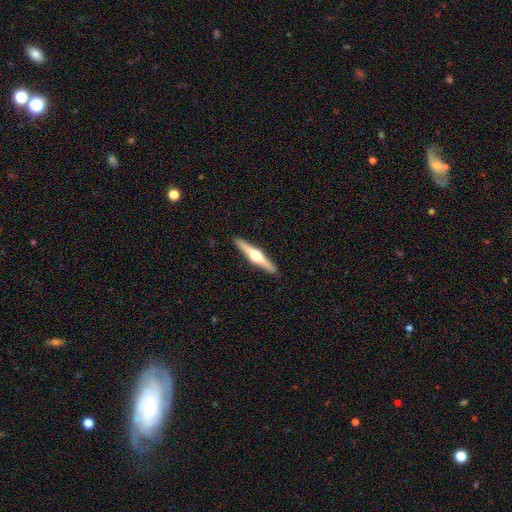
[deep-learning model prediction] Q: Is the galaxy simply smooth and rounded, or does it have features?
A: featured or disk — 72%.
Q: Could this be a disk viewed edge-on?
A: yes — 98%.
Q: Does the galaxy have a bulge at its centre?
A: rounded — 96%.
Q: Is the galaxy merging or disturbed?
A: none — 92%.